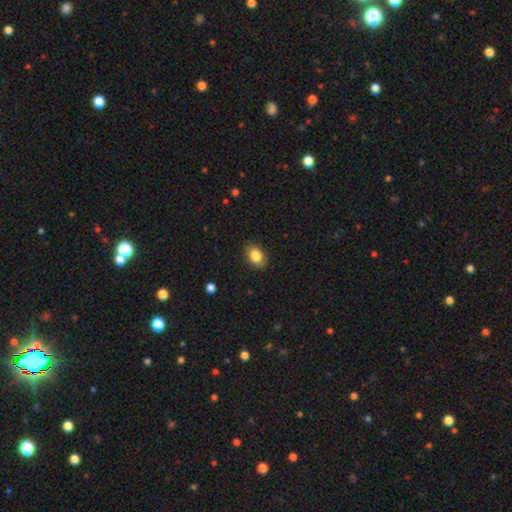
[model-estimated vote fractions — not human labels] Smooth or featured: smooth — 85% (star or artifact — 8%)
How rounded: in between — 80% (round — 19%)
Merging: none — 83% (minor disturbance — 13%)